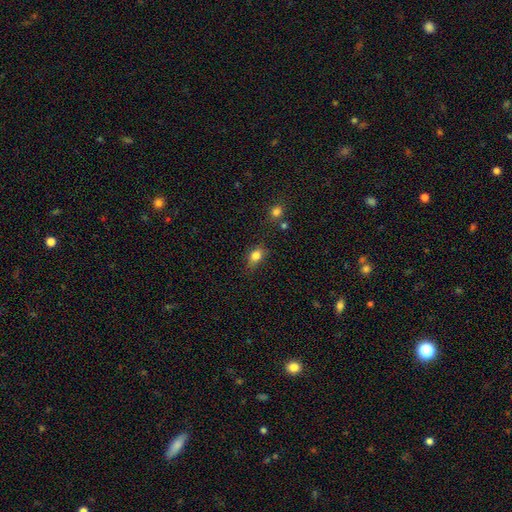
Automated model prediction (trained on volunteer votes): This appears to be a smooth galaxy with no disk features (80%) that is in between round and cigar-shaped (71%). Merging: none (69%).